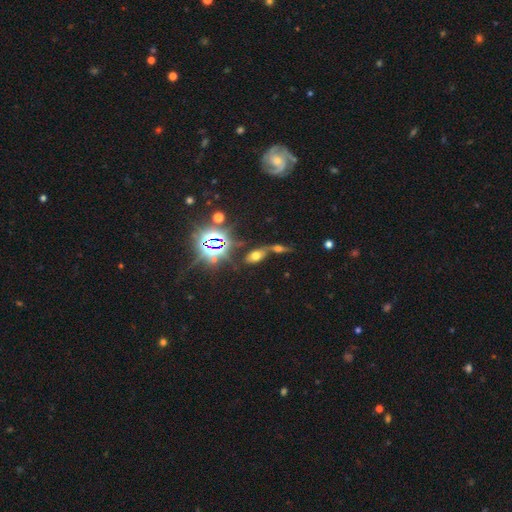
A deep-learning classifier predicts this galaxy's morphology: smooth 47%, star or artifact 35%, featured or disk 18%. Down the decision tree: merging — merger (43%).